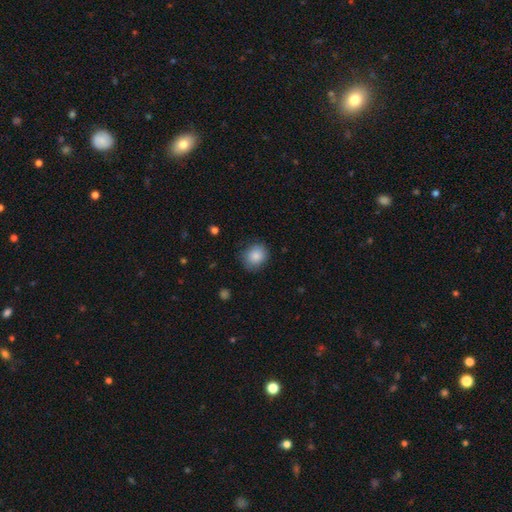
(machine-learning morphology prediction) A smooth galaxy with no disk features (86%) that is round (73%).

Vote fractions:
- Smooth or featured? smooth: 86% / star or artifact: 9% / featured or disk: 6%
- How rounded? round: 73% / in between: 26% / cigar-shaped: 1%
- Merging? none: 79% / minor disturbance: 16% / major disturbance: 4% / merger: 1%